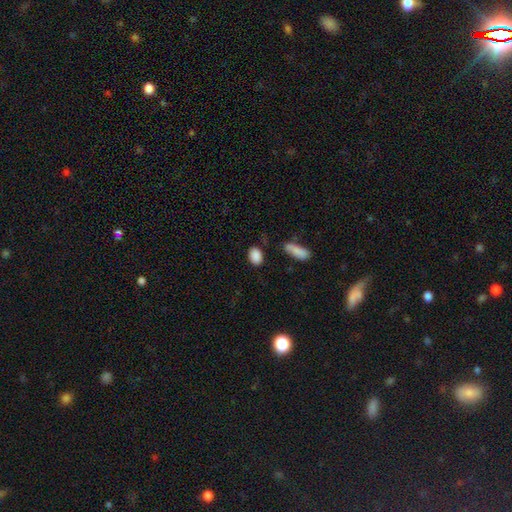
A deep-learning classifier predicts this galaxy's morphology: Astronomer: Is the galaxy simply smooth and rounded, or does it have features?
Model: smooth — 88%.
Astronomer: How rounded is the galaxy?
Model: in between — 80%.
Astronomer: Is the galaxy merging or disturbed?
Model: none — 80%.